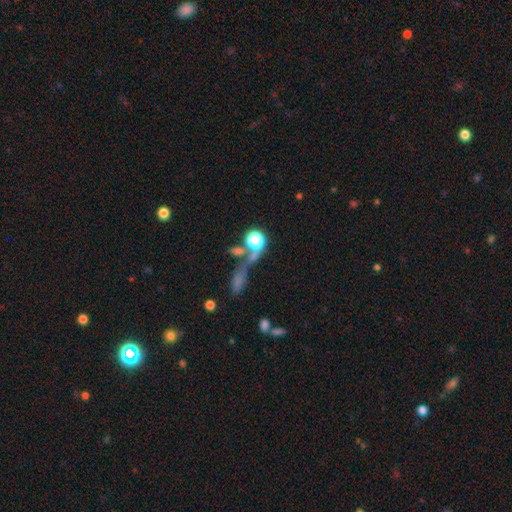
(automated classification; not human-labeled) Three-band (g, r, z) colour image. It shows a star or artifact, not a galaxy (39%).